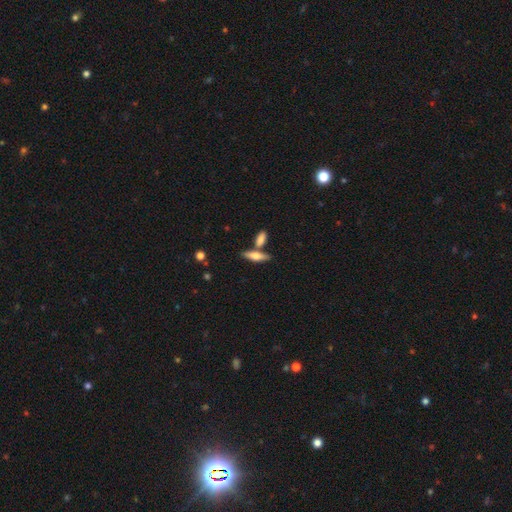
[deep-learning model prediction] The model was most divided on "how rounded": cigar-shaped: 55%, in between: 42%, round: 3%. More confident: merging — none (64%); smooth or featured — smooth (57%).